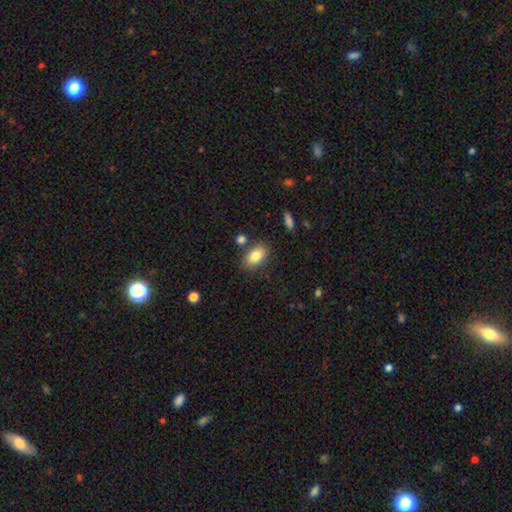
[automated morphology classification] Smooth or featured?
  - smooth: 82% *
  - featured or disk: 10%
  - star or artifact: 8%
How rounded?
  - in between: 88% *
  - round: 11%
  - cigar-shaped: 2%
Merging?
  - none: 77% *
  - minor disturbance: 12%
  - merger: 8%
  - major disturbance: 3%